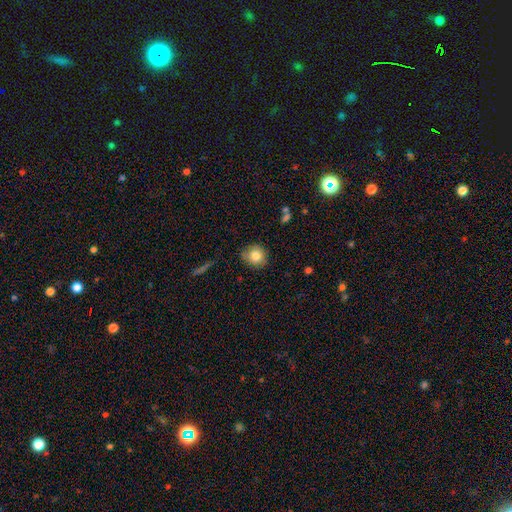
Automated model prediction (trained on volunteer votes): Overall: smooth (81%). How rounded: round (87%). Merging: none (81%).